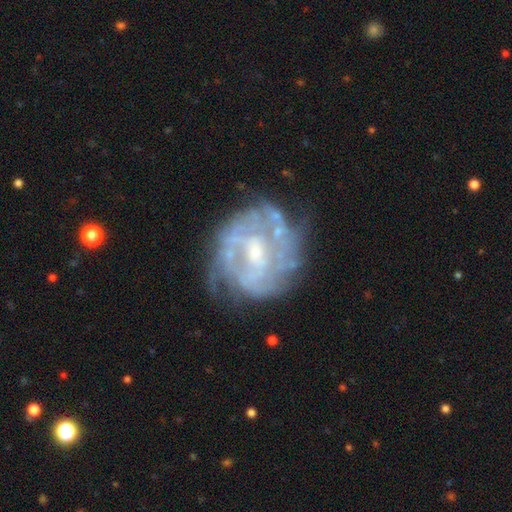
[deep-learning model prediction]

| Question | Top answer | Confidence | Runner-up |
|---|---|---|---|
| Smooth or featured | featured or disk | 79% | smooth (13%) |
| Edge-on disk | no | 97% | yes (3%) |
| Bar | weak | 45% | no (42%) |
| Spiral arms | yes | 69% | no (31%) |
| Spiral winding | tight | 56% | medium (31%) |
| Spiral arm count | can't tell | 52% | 2 (21%) |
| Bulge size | small | 47% | moderate (42%) |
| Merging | none | 60% | minor disturbance (22%) |